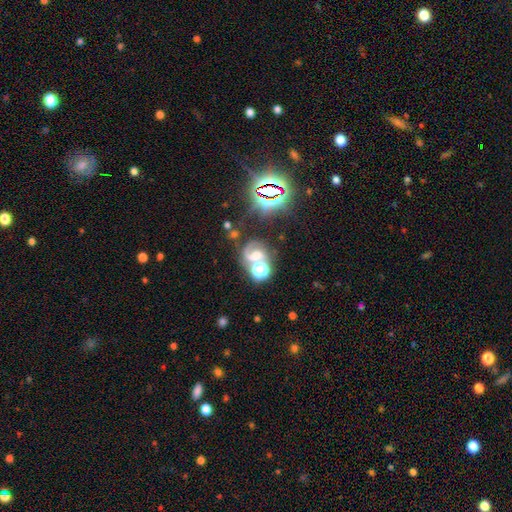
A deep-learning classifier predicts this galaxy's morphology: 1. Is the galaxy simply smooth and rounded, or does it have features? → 50% featured or disk, 28% star or artifact, 22% smooth.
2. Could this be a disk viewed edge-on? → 97% no, 3% yes.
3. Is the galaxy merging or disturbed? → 39% none, 35% merger, 14% major disturbance, 13% minor disturbance.